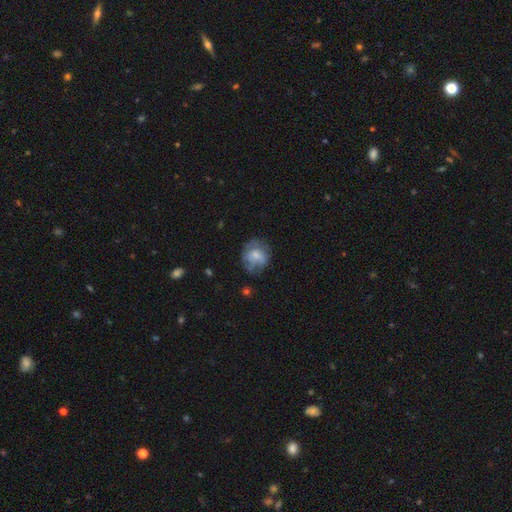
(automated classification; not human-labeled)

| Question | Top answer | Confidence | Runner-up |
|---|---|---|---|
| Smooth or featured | smooth | 51% | featured or disk (39%) |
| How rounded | round | 68% | in between (31%) |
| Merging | none | 52% | minor disturbance (25%) |